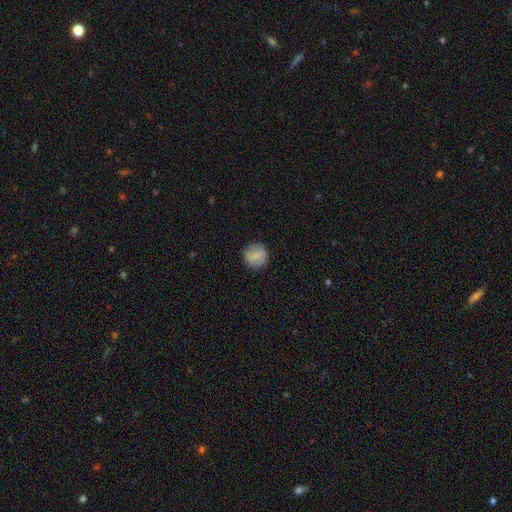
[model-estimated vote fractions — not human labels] smooth_or_featured: smooth (p=0.59) [alt: featured or disk p=0.33]
how_rounded: round (p=0.93) [alt: in between p=0.06]
merging: none (p=0.87) [alt: minor disturbance p=0.09]